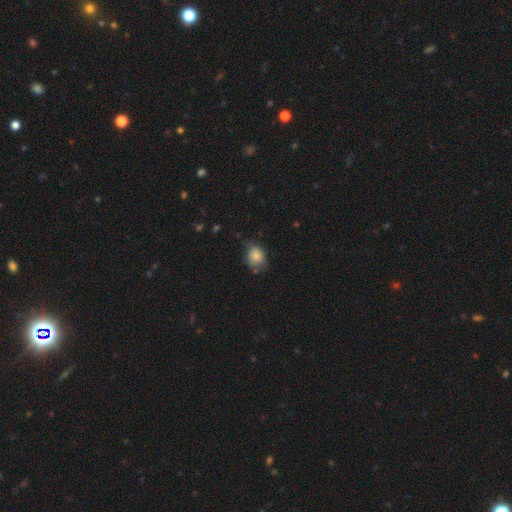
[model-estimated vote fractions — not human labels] Smooth or featured? Predicted: smooth (p=0.84). How rounded? Predicted: round (p=0.56). Merging? Predicted: none (p=0.62).